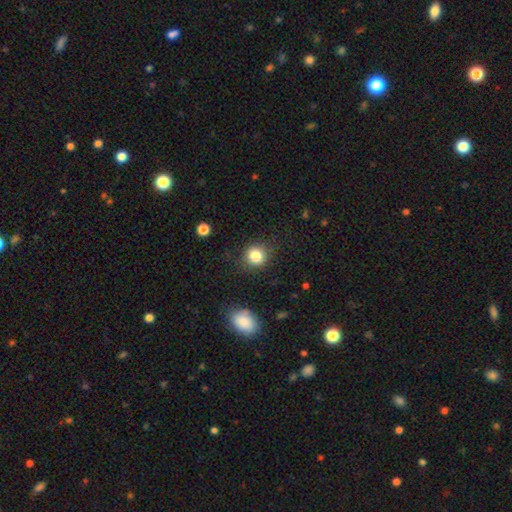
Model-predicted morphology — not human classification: Smooth or featured? smooth (83%)
How rounded? round (84%)
Merging? none (83%)